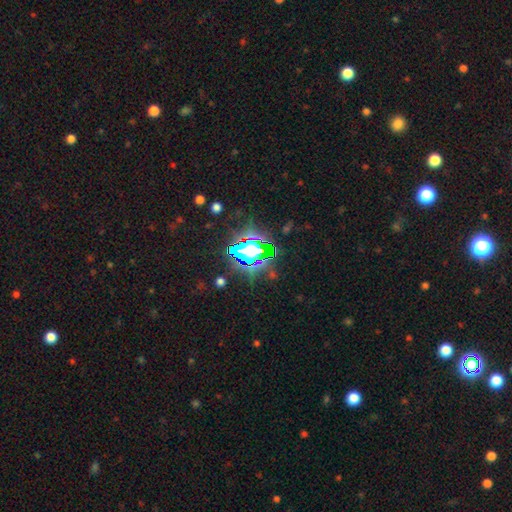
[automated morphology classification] The model was most divided on "smooth or featured": star or artifact: 75%, smooth: 14%, featured or disk: 11%.